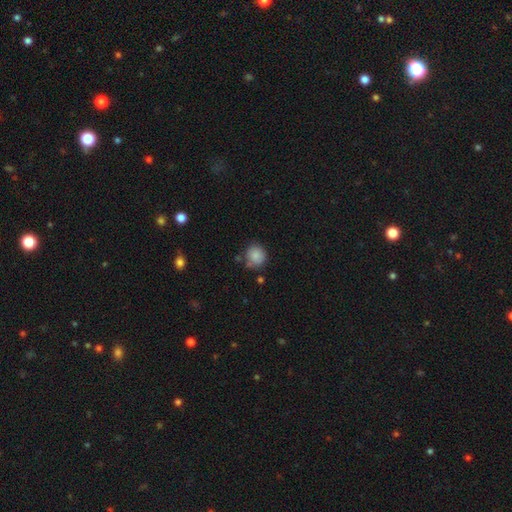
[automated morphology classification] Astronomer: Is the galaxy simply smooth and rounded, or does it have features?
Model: smooth — 86%.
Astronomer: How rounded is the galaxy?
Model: round — 86%.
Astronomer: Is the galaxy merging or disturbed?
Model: none — 70%.